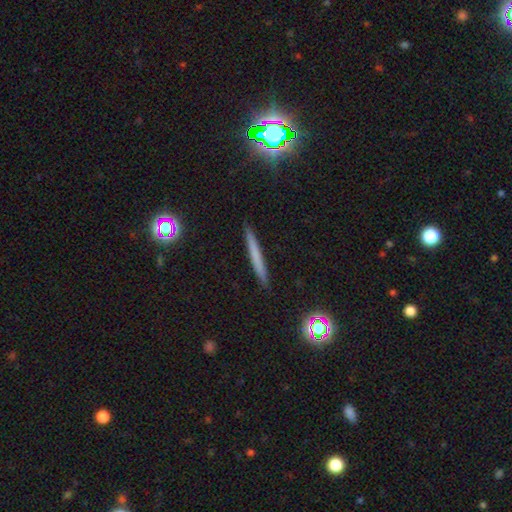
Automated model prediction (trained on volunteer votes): Morphology: type=smooth (60%); roundness=cigar-shaped (96%); merging=none (91%).